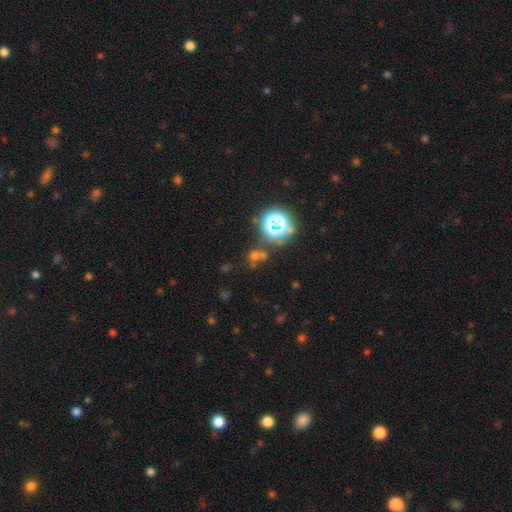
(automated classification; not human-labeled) Smooth or featured? star or artifact (52%)